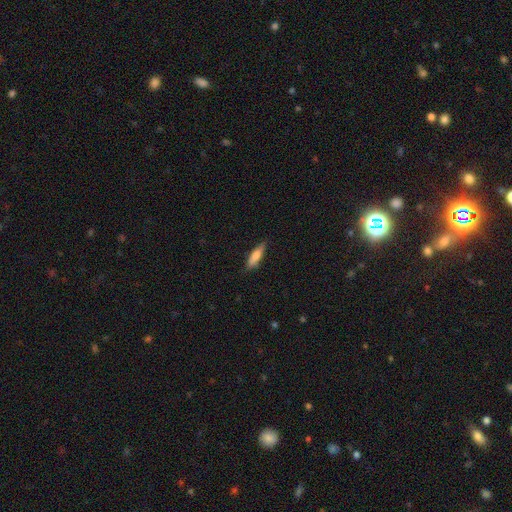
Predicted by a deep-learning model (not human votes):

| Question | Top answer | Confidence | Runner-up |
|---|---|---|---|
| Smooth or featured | smooth | 71% | featured or disk (23%) |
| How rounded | cigar-shaped | 67% | in between (32%) |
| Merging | none | 84% | minor disturbance (13%) |